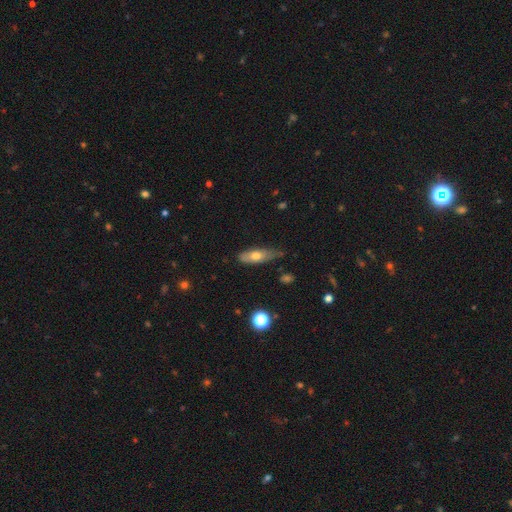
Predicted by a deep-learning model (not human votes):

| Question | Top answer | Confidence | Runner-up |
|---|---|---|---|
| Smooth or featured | smooth | 63% | featured or disk (30%) |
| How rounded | in between | 55% | cigar-shaped (42%) |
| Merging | none | 58% | minor disturbance (33%) |